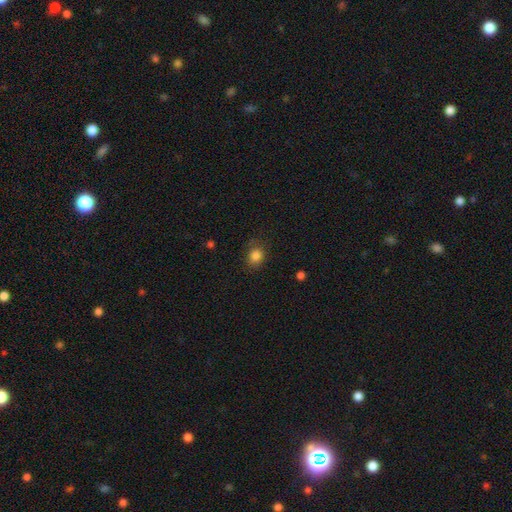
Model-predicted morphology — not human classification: smooth_or_featured: smooth (p=0.84) [alt: star or artifact p=0.11]
how_rounded: round (p=0.59) [alt: in between p=0.40]
merging: none (p=0.74) [alt: minor disturbance p=0.19]